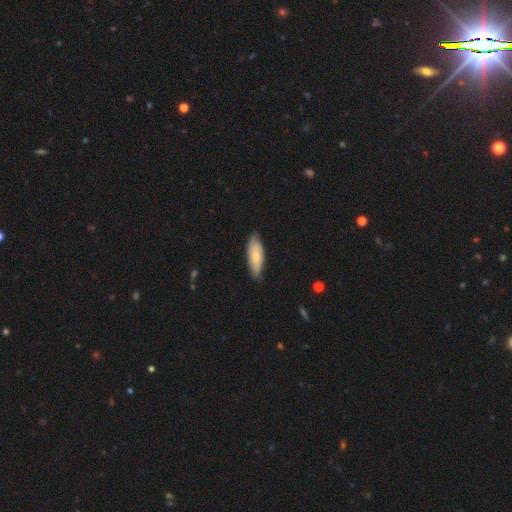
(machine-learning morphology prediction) Smooth or featured: smooth — 68% (featured or disk — 26%)
How rounded: in between — 67% (cigar-shaped — 31%)
Merging: none — 75% (minor disturbance — 21%)